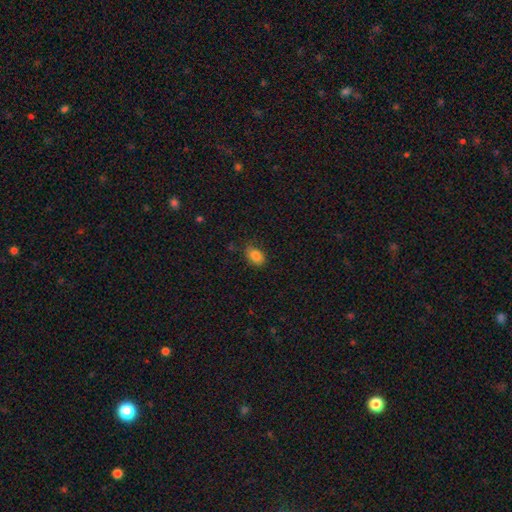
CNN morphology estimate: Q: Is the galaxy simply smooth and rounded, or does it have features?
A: smooth — 85%.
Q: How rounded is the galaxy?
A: in between — 82%.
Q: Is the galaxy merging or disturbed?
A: none — 74%.